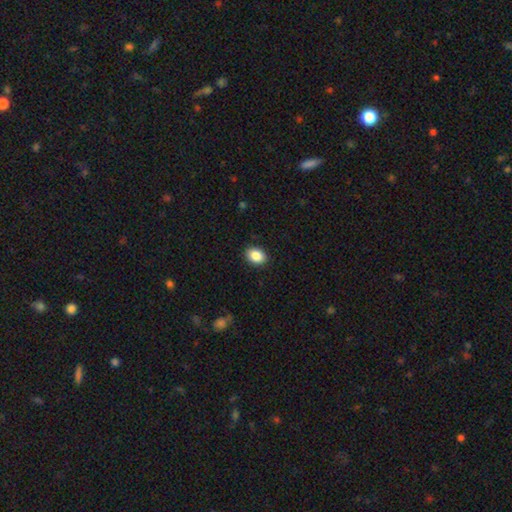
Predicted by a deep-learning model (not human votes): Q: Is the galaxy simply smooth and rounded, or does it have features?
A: smooth — 87%.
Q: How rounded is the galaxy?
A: in between — 70%.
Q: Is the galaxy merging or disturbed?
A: none — 89%.